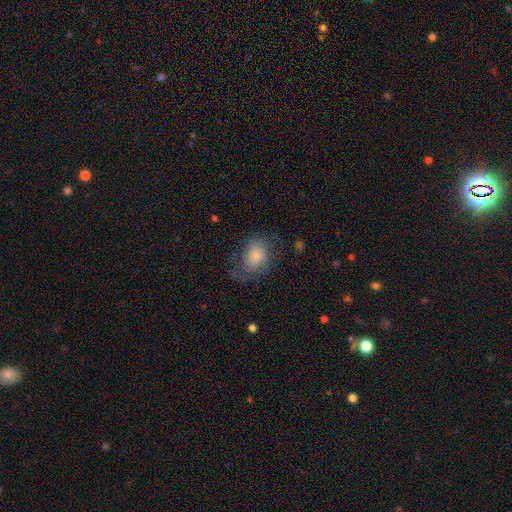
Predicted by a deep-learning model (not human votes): smooth_or_featured: smooth (p=0.68) [alt: featured or disk p=0.23]
how_rounded: in between (p=0.65) [alt: round p=0.34]
merging: none (p=0.54) [alt: minor disturbance p=0.25]